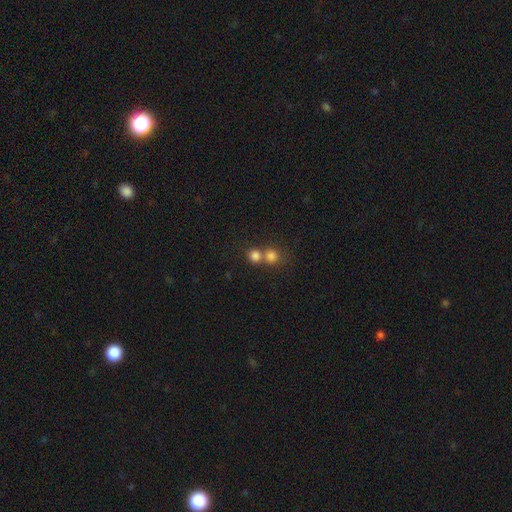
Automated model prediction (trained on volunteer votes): This appears to be a smooth galaxy with no disk features (80%) that is round (88%). Merging: none (46%, tied with merger).